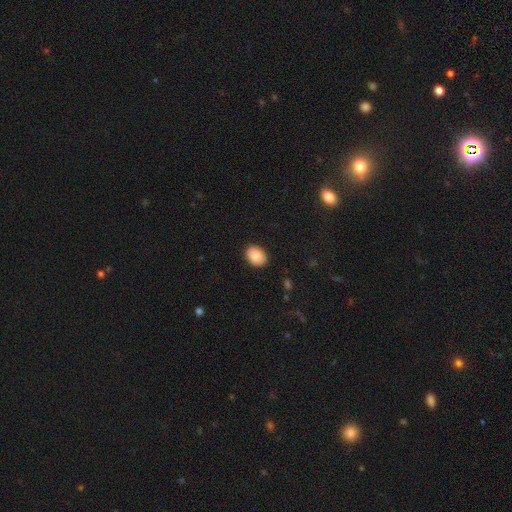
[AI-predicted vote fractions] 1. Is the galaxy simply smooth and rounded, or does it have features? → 84% smooth, 9% featured or disk, 7% star or artifact.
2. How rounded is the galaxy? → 66% in between, 33% round, 1% cigar-shaped.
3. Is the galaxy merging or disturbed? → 90% none, 8% minor disturbance, 2% major disturbance, 1% merger.